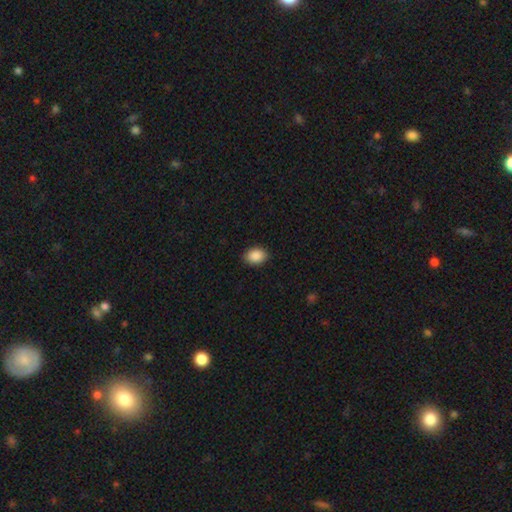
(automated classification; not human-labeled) Smooth or featured? Predicted: smooth (p=0.89). How rounded? Predicted: in between (p=0.72). Merging? Predicted: none (p=0.89).